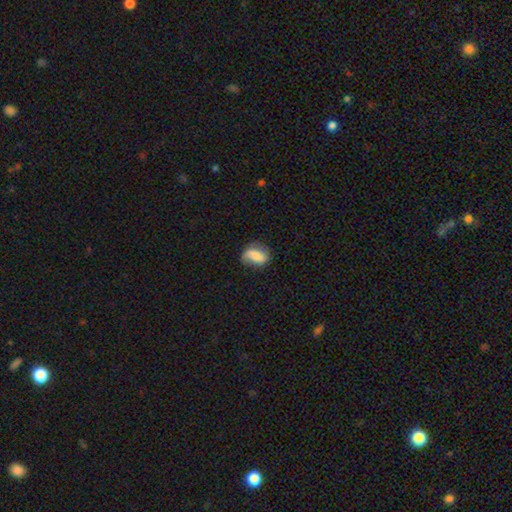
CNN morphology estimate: type=smooth (61%); roundness=in between (79%); merging=none (61%).